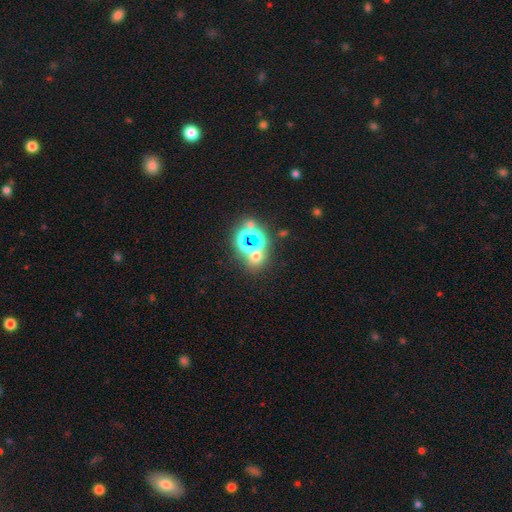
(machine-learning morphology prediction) star or artifact 51%, smooth 38%, featured or disk 11%.